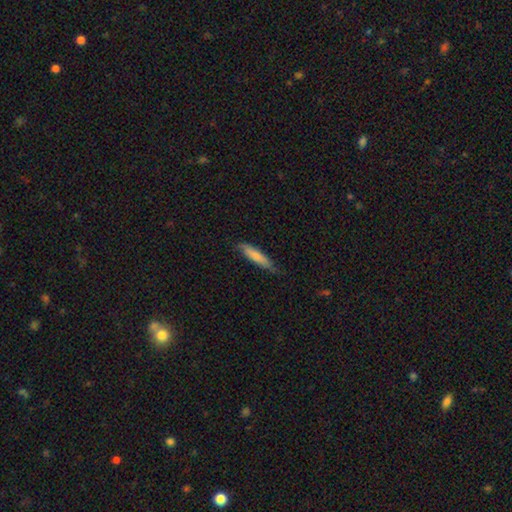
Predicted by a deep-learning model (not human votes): smooth-or-featured: smooth: 75% | featured or disk: 19% | star or artifact: 5%
  how-rounded: cigar-shaped: 80% | in between: 18% | round: 1%
  merging: none: 73% | minor disturbance: 22% | major disturbance: 4% | merger: 1%